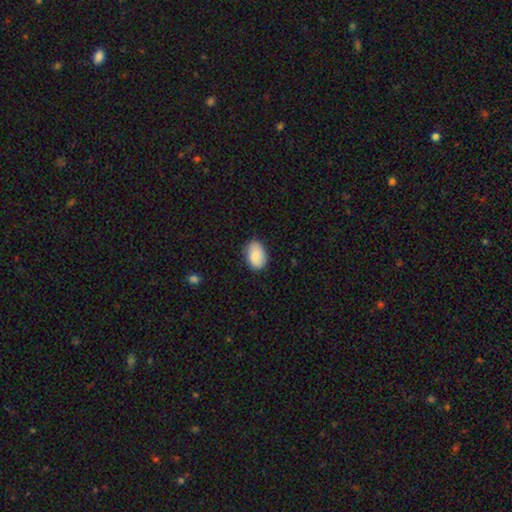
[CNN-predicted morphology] The model was most divided on "merging": none: 81%, minor disturbance: 15%, major disturbance: 3%, merger: 1%. More confident: how rounded — in between (86%); smooth or featured — smooth (84%).